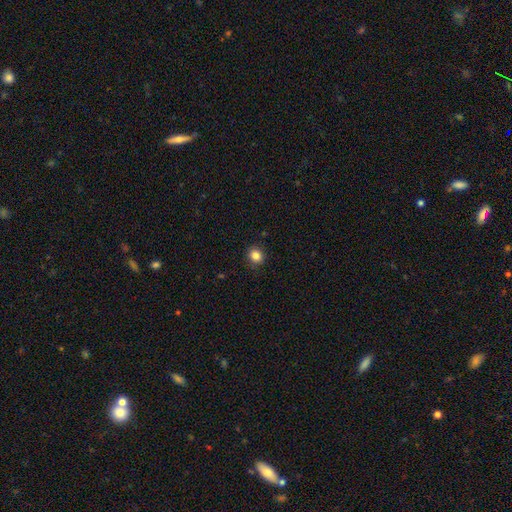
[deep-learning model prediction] Smooth or featured? smooth (84%)
How rounded? round (76%)
Merging? none (89%)